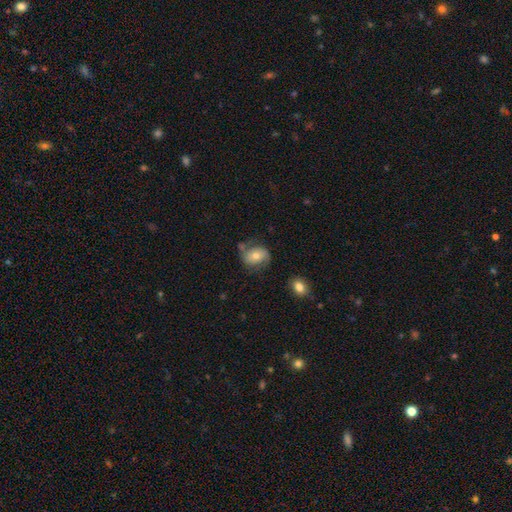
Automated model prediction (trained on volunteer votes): The model was most divided on "smooth or featured": smooth: 50%, featured or disk: 41%, star or artifact: 9%. More confident: merging — none (57%); how rounded — in between (56%).